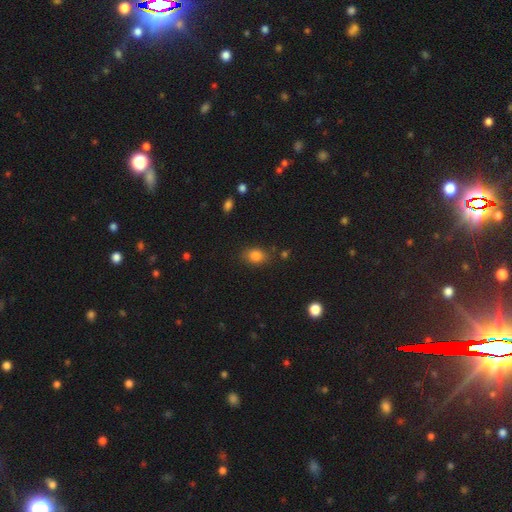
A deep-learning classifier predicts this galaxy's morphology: The model was most divided on "how rounded": in between: 66%, round: 32%, cigar-shaped: 1%. More confident: smooth or featured — smooth (84%); merging — none (78%).